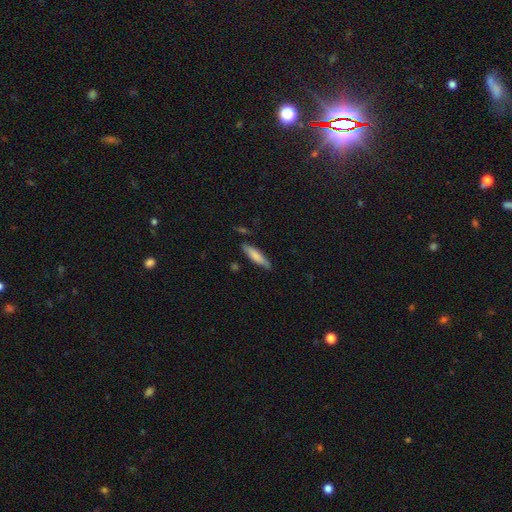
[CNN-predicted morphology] smooth-or-featured: smooth: 74% | featured or disk: 20% | star or artifact: 6%
  how-rounded: cigar-shaped: 78% | in between: 21% | round: 1%
  merging: none: 80% | minor disturbance: 14% | merger: 3% | major disturbance: 3%